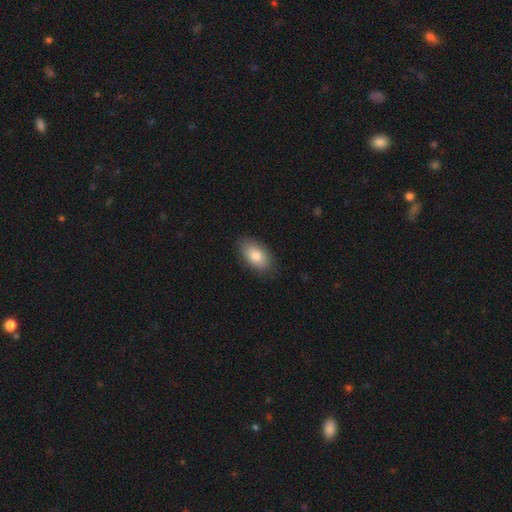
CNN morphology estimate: A smooth galaxy with no disk features (82%) that is in between round and cigar-shaped (93%).

Vote fractions:
- Smooth or featured? smooth: 82% / featured or disk: 11% / star or artifact: 7%
- How rounded? in between: 93% / round: 4% / cigar-shaped: 2%
- Merging? none: 85% / minor disturbance: 12% / major disturbance: 2% / merger: 1%